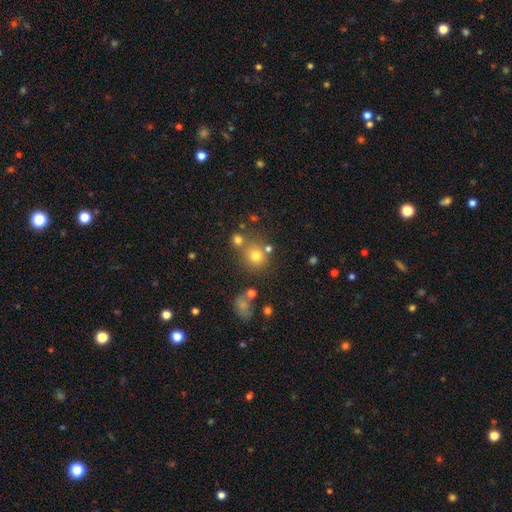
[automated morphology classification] Smooth or featured? Predicted: smooth (p=0.73). How rounded? Predicted: round (p=0.85). Merging? Predicted: none (p=0.64).